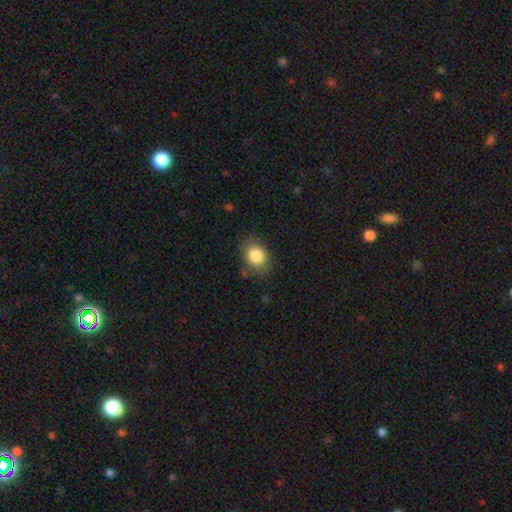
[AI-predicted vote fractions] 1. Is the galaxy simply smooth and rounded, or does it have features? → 85% smooth, 9% star or artifact, 7% featured or disk.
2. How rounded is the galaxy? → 60% in between, 39% round, 1% cigar-shaped.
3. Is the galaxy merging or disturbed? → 76% none, 17% minor disturbance, 5% major disturbance, 2% merger.